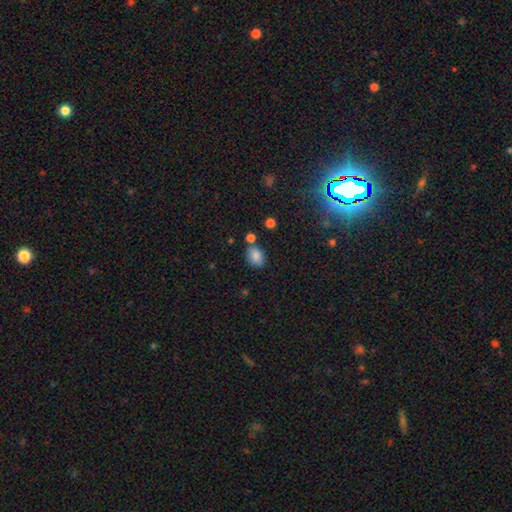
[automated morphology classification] Smooth or featured?
  - smooth: 85% *
  - star or artifact: 10%
  - featured or disk: 5%
How rounded?
  - in between: 66% *
  - round: 33%
  - cigar-shaped: 1%
Merging?
  - none: 70% *
  - minor disturbance: 15%
  - merger: 11%
  - major disturbance: 4%